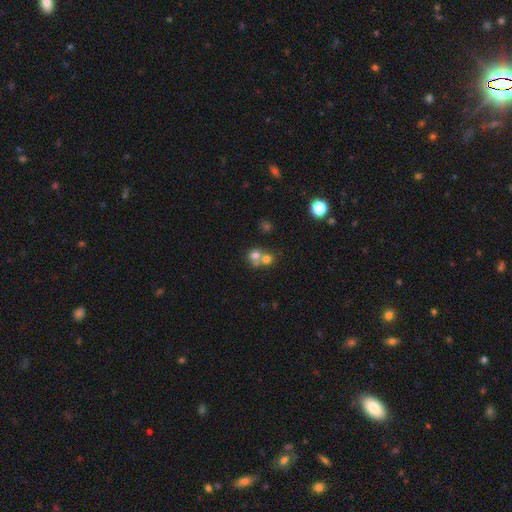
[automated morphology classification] Overall: smooth (68%). How rounded: round (80%). Merging: merger (57%; none 34%).